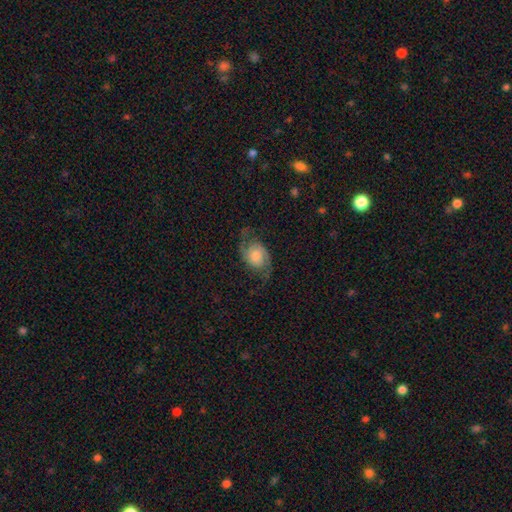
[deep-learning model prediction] This is likely a featured or disk galaxy (71%). It is clearly not viewed edge-on (97%). Bar: likely no (72%). Spiral arm pattern: clearly yes (94%). Spiral arm count: clearly 2 (92%). Spiral winding: possibly loose (47%). Central bulge: possibly moderate (46%). Merging: likely none (69%).